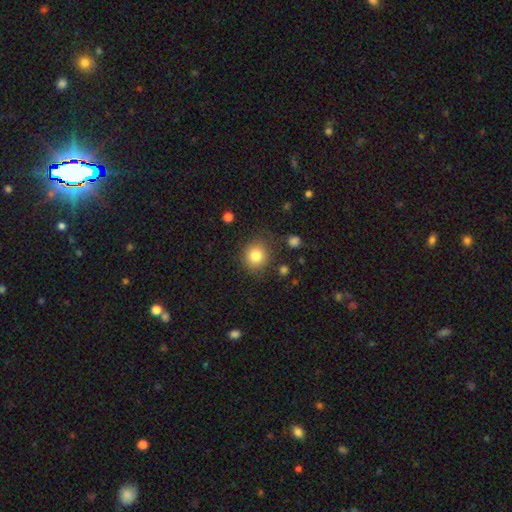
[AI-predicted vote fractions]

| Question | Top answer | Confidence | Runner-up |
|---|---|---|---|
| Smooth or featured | smooth | 82% | star or artifact (11%) |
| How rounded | round | 85% | in between (14%) |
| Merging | none | 84% | minor disturbance (10%) |